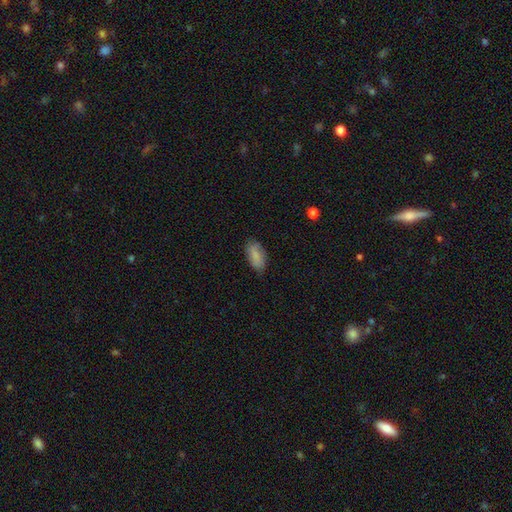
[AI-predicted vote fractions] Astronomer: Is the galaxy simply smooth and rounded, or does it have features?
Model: smooth — 83%.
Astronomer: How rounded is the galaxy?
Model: in between — 90%.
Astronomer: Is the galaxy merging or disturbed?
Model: none — 77%.